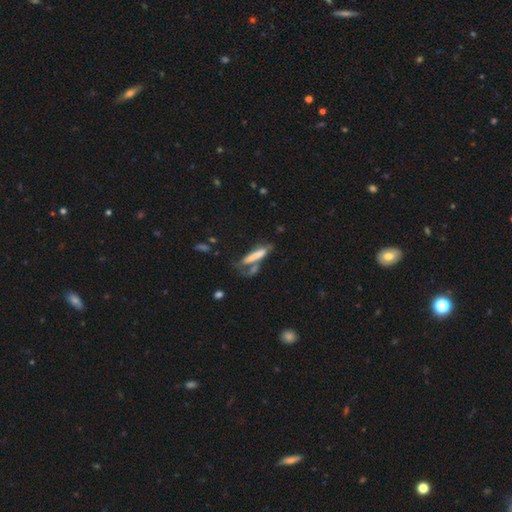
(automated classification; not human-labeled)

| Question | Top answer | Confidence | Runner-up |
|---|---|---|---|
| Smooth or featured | smooth | 69% | featured or disk (23%) |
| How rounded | cigar-shaped | 80% | in between (18%) |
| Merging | none | 42% | merger (23%) |